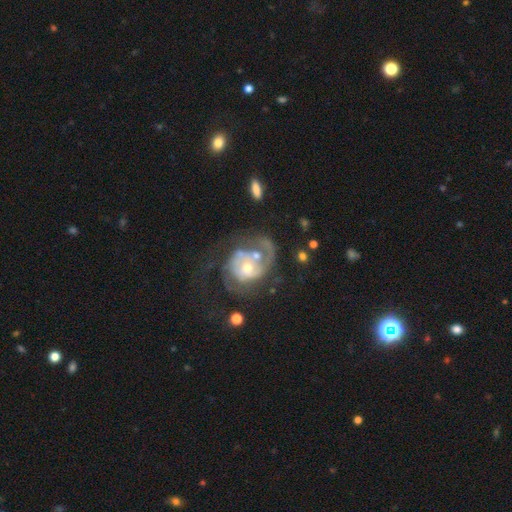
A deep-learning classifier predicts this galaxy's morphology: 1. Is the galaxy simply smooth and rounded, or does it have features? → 82% featured or disk, 11% smooth, 7% star or artifact.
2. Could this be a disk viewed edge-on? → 98% no, 2% yes.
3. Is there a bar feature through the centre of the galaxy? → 73% no, 22% weak, 5% strong.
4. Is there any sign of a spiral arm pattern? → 87% yes, 13% no.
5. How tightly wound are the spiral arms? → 46% tight, 36% medium, 18% loose.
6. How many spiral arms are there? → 35% 2, 26% 1, 25% can't tell, 9% 3, 3% 4, 3% more than 4.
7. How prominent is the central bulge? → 48% moderate, 46% small, 3% large, 2% none, 1% dominant.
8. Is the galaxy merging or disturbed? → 38% none, 33% major disturbance, 16% minor disturbance, 13% merger.